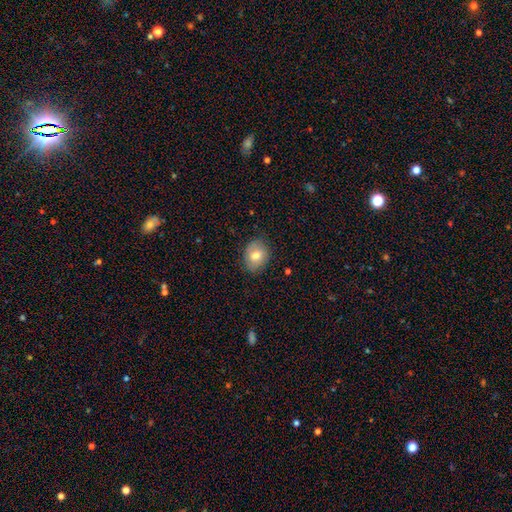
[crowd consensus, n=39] Smooth or featured? smooth (74%)
How rounded? in between (69%)
Merging? none (78%)